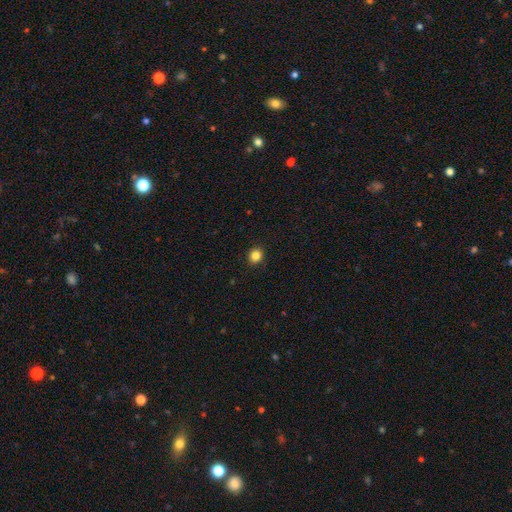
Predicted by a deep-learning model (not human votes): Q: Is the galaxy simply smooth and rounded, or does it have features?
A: smooth — 84%.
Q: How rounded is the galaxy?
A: round — 79%.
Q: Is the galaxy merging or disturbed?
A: none — 92%.